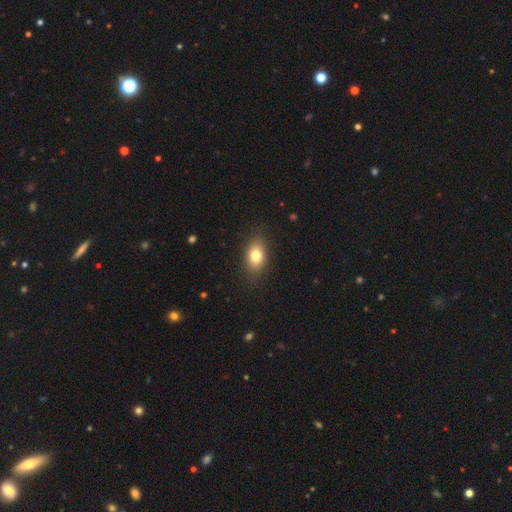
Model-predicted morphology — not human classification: This appears to be a smooth galaxy with no disk features (80%) that is in between round and cigar-shaped (84%). Merging: none (86%).